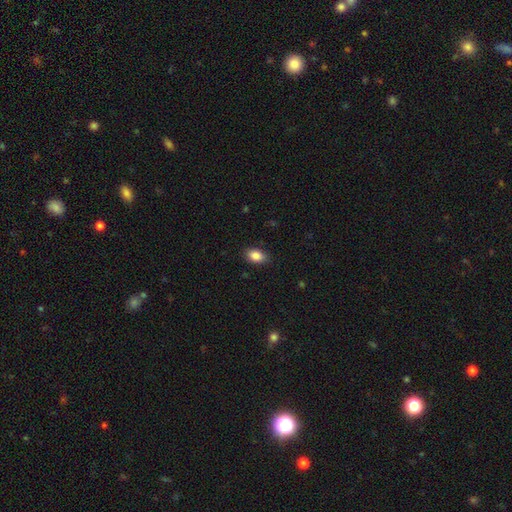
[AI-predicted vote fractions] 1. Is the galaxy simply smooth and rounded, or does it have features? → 87% smooth, 8% star or artifact, 5% featured or disk.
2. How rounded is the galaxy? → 89% in between, 9% round, 2% cigar-shaped.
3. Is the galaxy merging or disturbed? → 86% none, 11% minor disturbance, 2% major disturbance, 1% merger.